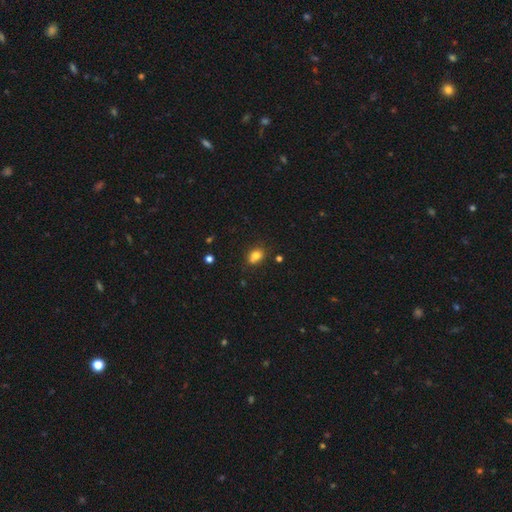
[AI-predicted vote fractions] A smooth galaxy with no disk features (78%) that is in between round and cigar-shaped (53%).

Vote fractions:
- Smooth or featured? smooth: 78% / star or artifact: 12% / featured or disk: 10%
- How rounded? in between: 53% / round: 46% / cigar-shaped: 1%
- Merging? none: 60% / minor disturbance: 19% / merger: 17% / major disturbance: 5%